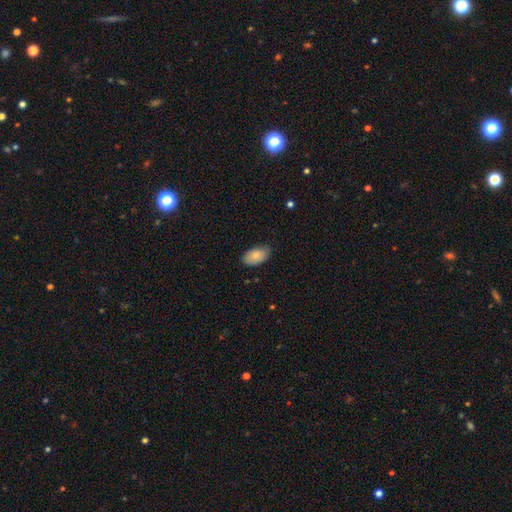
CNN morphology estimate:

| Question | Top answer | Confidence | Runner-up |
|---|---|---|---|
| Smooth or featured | smooth | 80% | featured or disk (13%) |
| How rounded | in between | 94% | round (4%) |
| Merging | none | 77% | minor disturbance (19%) |